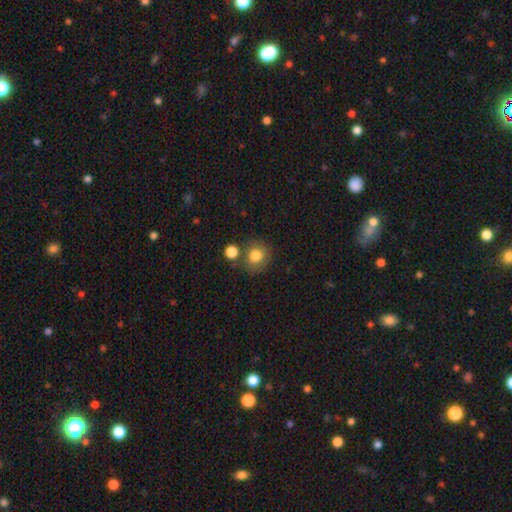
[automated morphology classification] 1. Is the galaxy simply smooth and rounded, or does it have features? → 80% smooth, 10% featured or disk, 10% star or artifact.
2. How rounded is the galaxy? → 80% round, 19% in between, 1% cigar-shaped.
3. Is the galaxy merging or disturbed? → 68% none, 14% minor disturbance, 13% merger, 5% major disturbance.